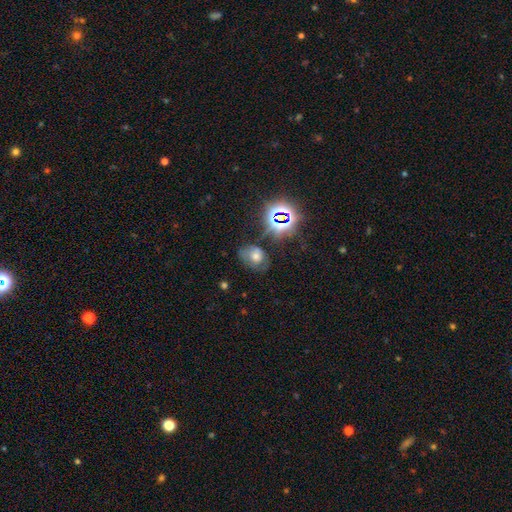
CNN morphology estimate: The model was most divided on "smooth or featured": smooth: 46%, star or artifact: 30%, featured or disk: 24%. More confident: merging — none (55%).